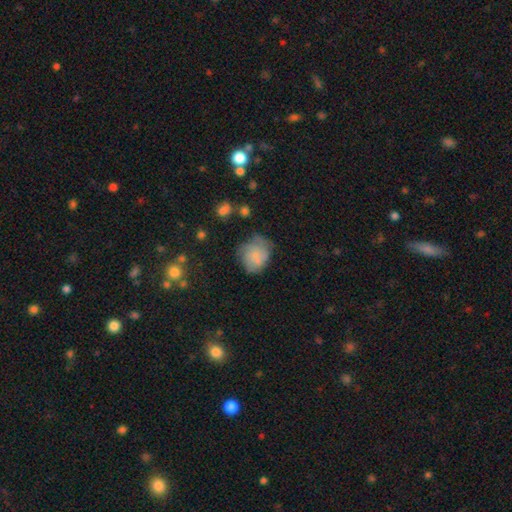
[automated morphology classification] This is possibly a smooth galaxy (60%). How rounded: likely round (69%). Merging: possibly none (50%).